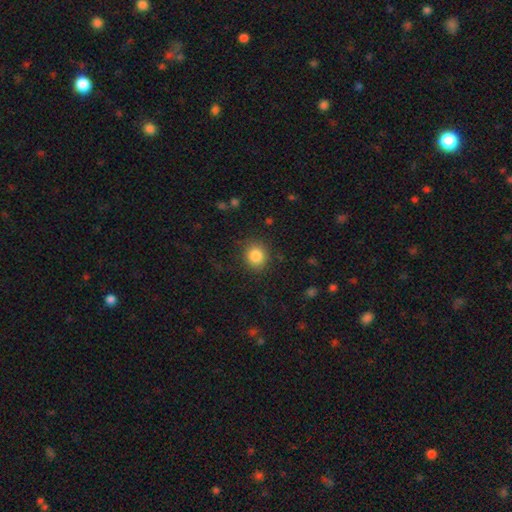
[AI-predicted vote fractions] Smooth or featured? Predicted: smooth (p=0.85). How rounded? Predicted: round (p=0.77). Merging? Predicted: none (p=0.85).